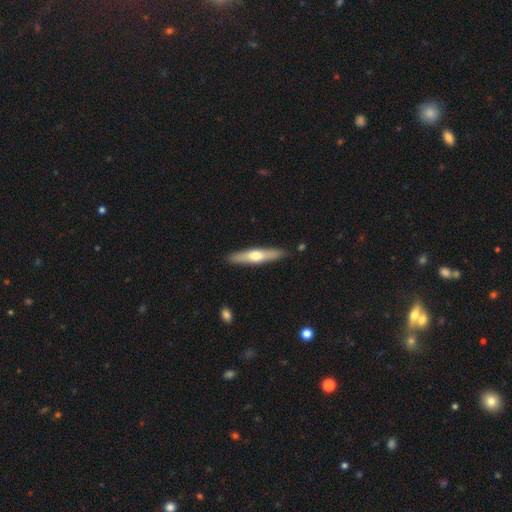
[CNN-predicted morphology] A featured or disk galaxy (49%).

Vote fractions:
- Smooth or featured? featured or disk: 49% / smooth: 46% / star or artifact: 5%
- Merging? none: 89% / minor disturbance: 8% / major disturbance: 2% / merger: 2%